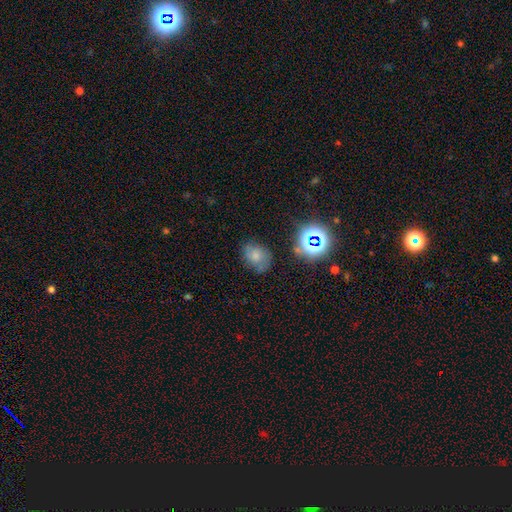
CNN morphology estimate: The model was most divided on "how rounded": in between: 60%, round: 39%, cigar-shaped: 1%. More confident: merging — none (65%); smooth or featured — smooth (61%).